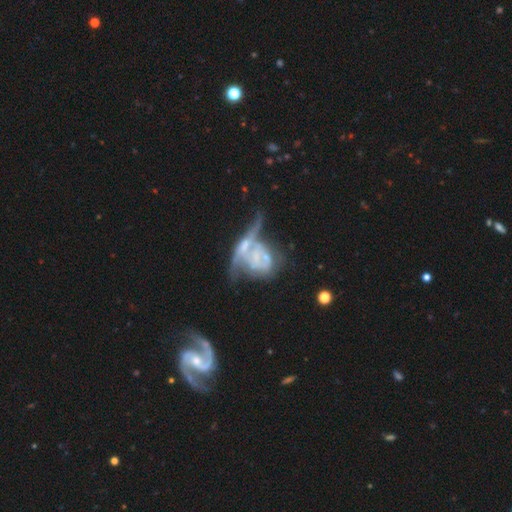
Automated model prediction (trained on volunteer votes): This appears to be a featured or disk galaxy (68%) with no bar (72%), no spiral arms (52%) and a small central bulge (42%). Merging: merger (59%).